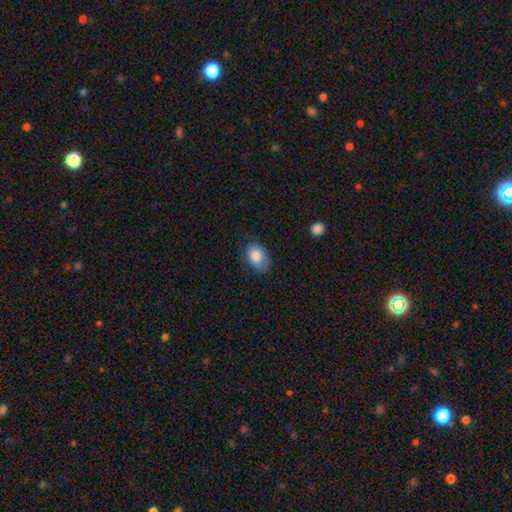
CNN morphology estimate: Smooth or featured: smooth — 81% (featured or disk — 12%)
How rounded: in between — 83% (round — 16%)
Merging: none — 67% (minor disturbance — 25%)